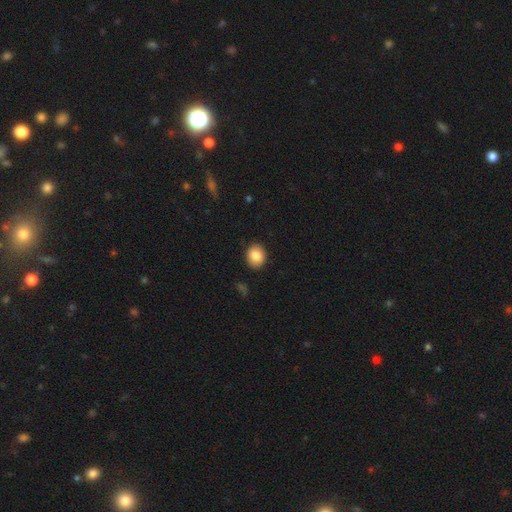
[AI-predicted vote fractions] A smooth galaxy with no disk features (86%) that is round (52%).

Vote fractions:
- Smooth or featured? smooth: 86% / star or artifact: 8% / featured or disk: 6%
- How rounded? round: 52% / in between: 47% / cigar-shaped: 1%
- Merging? none: 89% / minor disturbance: 8% / major disturbance: 2% / merger: 1%